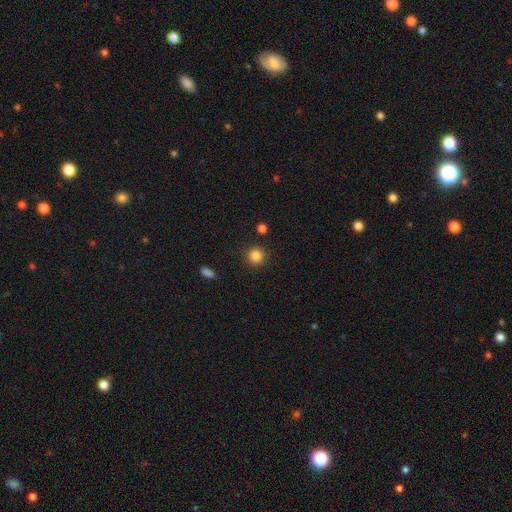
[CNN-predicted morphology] smooth-or-featured: smooth: 85% | star or artifact: 11% | featured or disk: 4%
  how-rounded: round: 92% | in between: 7% | cigar-shaped: 1%
  merging: none: 89% | minor disturbance: 7% | major disturbance: 2% | merger: 2%